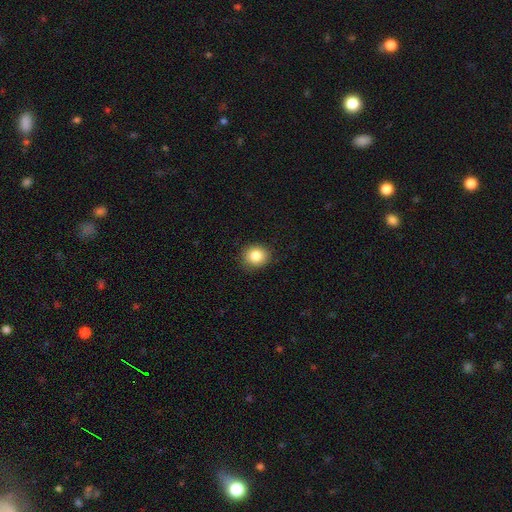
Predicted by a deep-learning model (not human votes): smooth 86%, star or artifact 9%, featured or disk 5%. Down the decision tree: how rounded — round (79%); merging — none (87%).